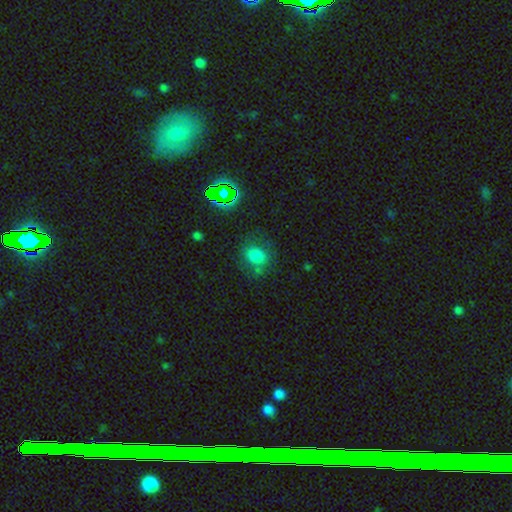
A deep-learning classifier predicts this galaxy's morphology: Smooth or featured? smooth (71%)
How rounded? round (62%)
Merging? none (66%)